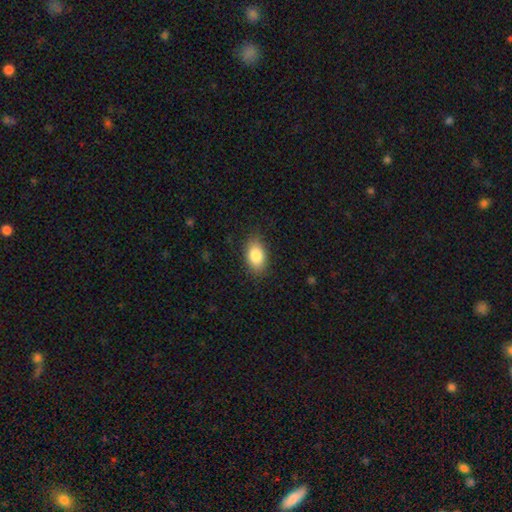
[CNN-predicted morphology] Smooth or featured? smooth (85%)
How rounded? in between (90%)
Merging? none (84%)